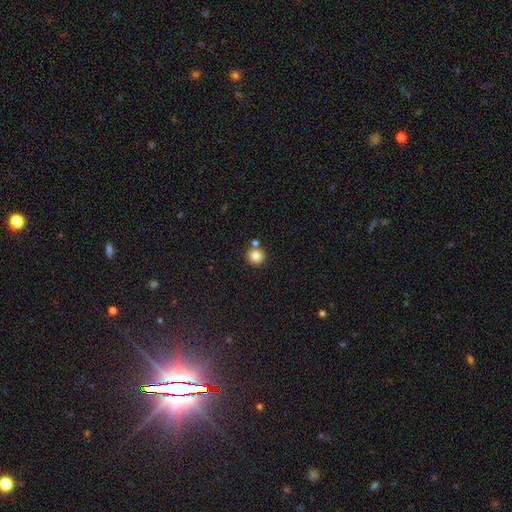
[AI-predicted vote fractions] Q: Smooth or featured?
A: smooth (84%); runner-up: star or artifact (11%)
Q: How rounded?
A: round (90%); runner-up: in between (9%)
Q: Merging?
A: none (77%); runner-up: merger (13%)